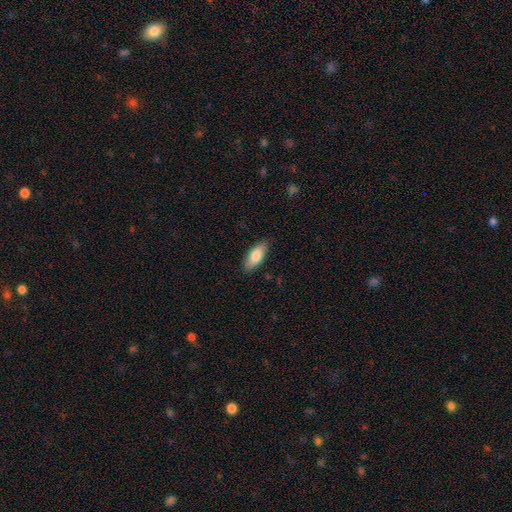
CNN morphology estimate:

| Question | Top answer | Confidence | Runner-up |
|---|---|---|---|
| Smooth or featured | smooth | 81% | featured or disk (13%) |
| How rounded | in between | 80% | cigar-shaped (17%) |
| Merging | none | 85% | minor disturbance (12%) |